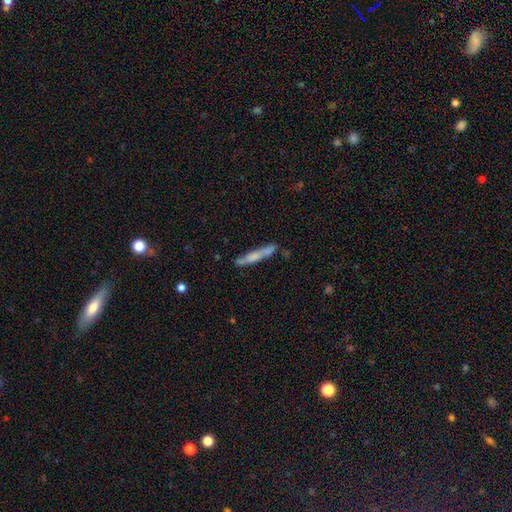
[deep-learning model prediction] Overall: smooth (52%; featured or disk 41%). How rounded: cigar-shaped (93%). Merging: none (75%).